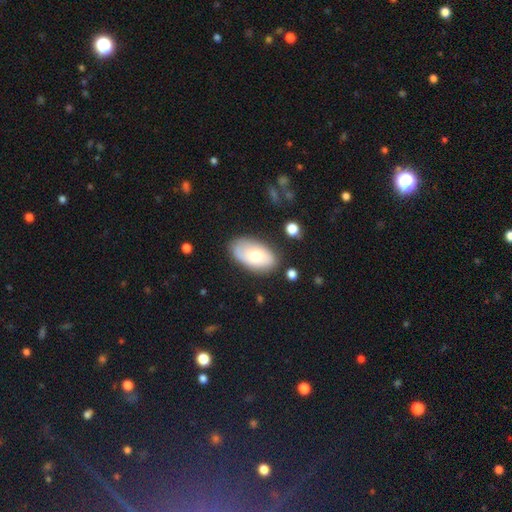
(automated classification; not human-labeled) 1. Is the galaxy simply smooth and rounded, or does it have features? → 65% smooth, 28% featured or disk, 7% star or artifact.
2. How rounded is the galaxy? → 93% in between, 5% round, 2% cigar-shaped.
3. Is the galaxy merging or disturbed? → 77% none, 16% minor disturbance, 5% major disturbance, 3% merger.